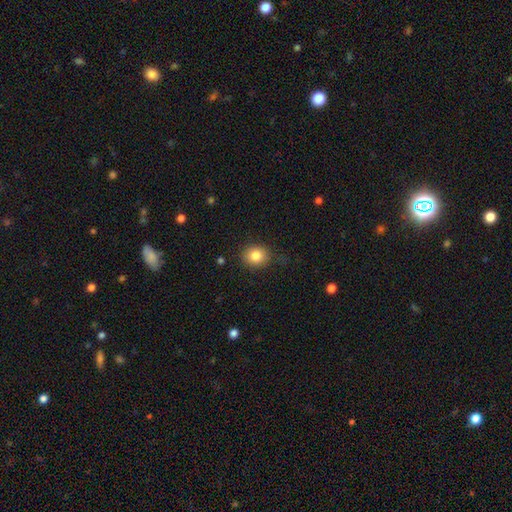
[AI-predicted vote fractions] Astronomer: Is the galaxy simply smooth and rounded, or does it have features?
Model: smooth — 83%.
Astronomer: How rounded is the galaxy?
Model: round — 74%.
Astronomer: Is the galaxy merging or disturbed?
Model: none — 84%.